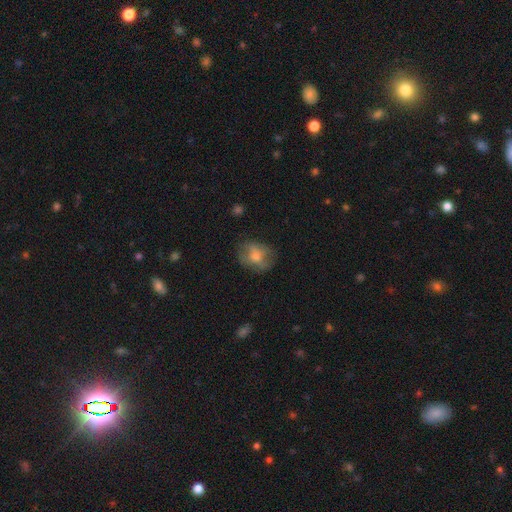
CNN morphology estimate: Smooth or featured?
  - smooth: 58% *
  - featured or disk: 32%
  - star or artifact: 10%
How rounded?
  - round: 53% *
  - in between: 45%
  - cigar-shaped: 2%
Merging?
  - none: 70% *
  - minor disturbance: 21%
  - major disturbance: 8%
  - merger: 1%